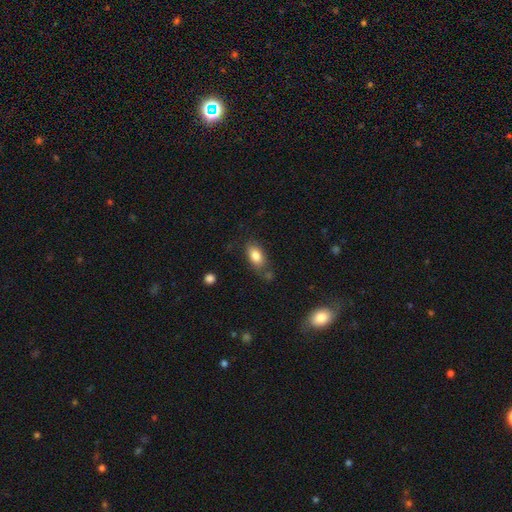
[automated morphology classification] smooth 82%, featured or disk 10%, star or artifact 8%. Down the decision tree: how rounded — in between (88%); merging — none (67%).